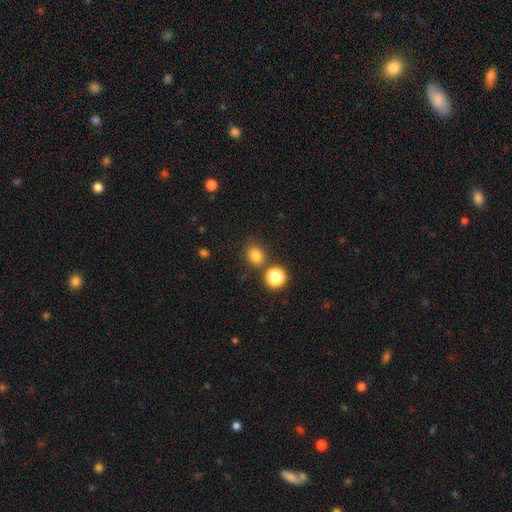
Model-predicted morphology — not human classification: Q: Smooth or featured?
A: smooth (81%); runner-up: star or artifact (14%)
Q: How rounded?
A: round (61%); runner-up: in between (38%)
Q: Merging?
A: none (75%); runner-up: minor disturbance (11%)